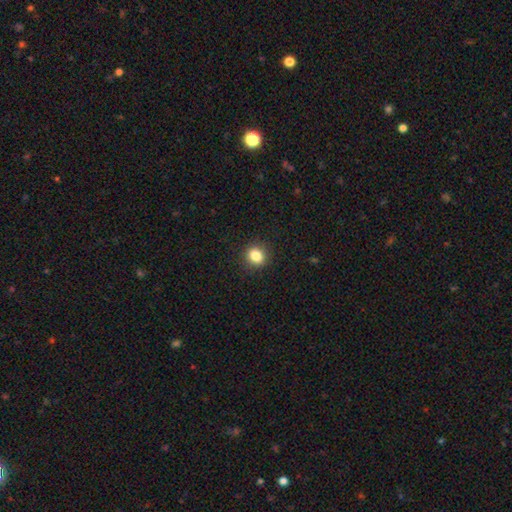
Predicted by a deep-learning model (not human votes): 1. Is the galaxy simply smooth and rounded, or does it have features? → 84% smooth, 11% star or artifact, 5% featured or disk.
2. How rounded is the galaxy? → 69% round, 30% in between, 1% cigar-shaped.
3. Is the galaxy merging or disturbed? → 90% none, 7% minor disturbance, 2% major disturbance, 1% merger.